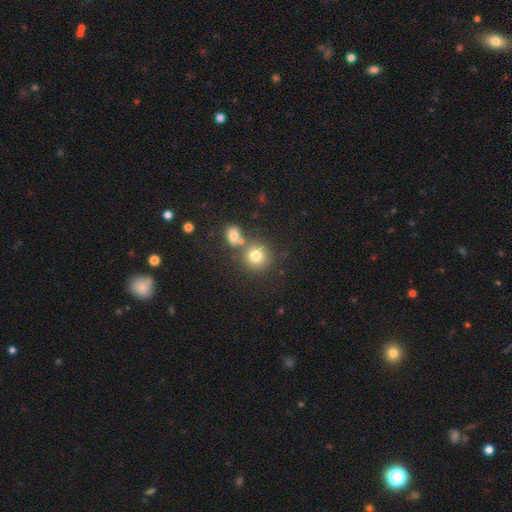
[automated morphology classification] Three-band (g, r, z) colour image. It shows a smooth galaxy with no disk features (78%) that is round (88%). Merging: none (65%).